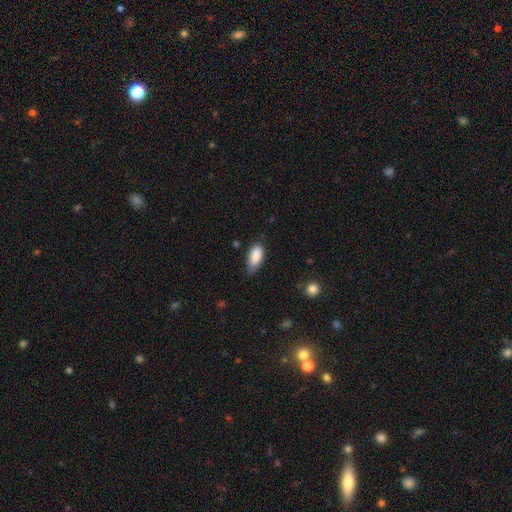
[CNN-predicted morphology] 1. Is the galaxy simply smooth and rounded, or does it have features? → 88% smooth, 6% star or artifact, 6% featured or disk.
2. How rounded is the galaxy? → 91% in between, 7% cigar-shaped, 2% round.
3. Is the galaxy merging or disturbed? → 59% none, 33% minor disturbance, 5% major disturbance, 2% merger.